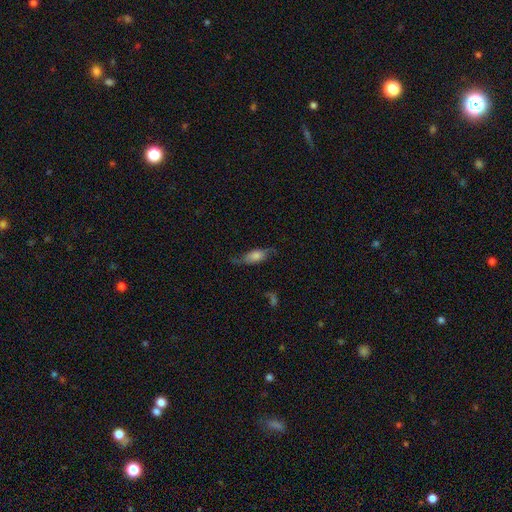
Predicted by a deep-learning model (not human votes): The model was most divided on "smooth or featured": smooth: 58%, featured or disk: 34%, star or artifact: 8%. More confident: how rounded — in between (76%); merging — none (56%).